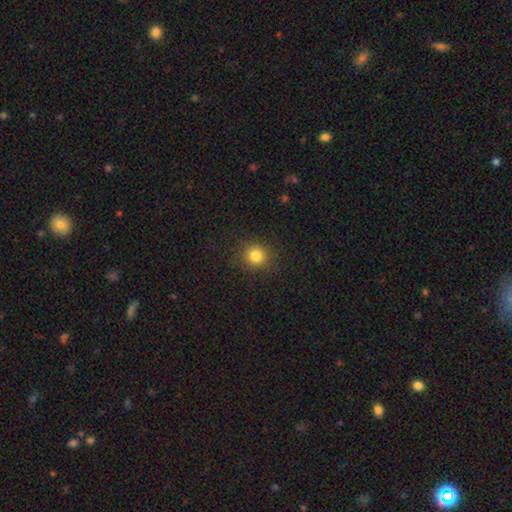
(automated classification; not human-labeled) smooth-or-featured: smooth: 82% | star or artifact: 13% | featured or disk: 5%
  how-rounded: round: 90% | in between: 9% | cigar-shaped: 1%
  merging: none: 89% | minor disturbance: 7% | major disturbance: 3% | merger: 1%